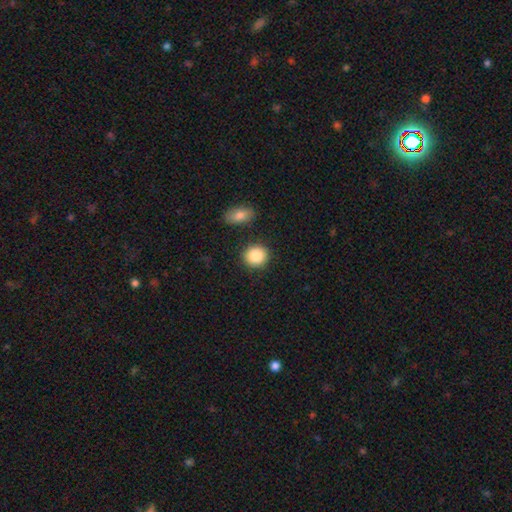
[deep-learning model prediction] smooth-or-featured: smooth: 87% | star or artifact: 7% | featured or disk: 6%
  how-rounded: round: 84% | in between: 15% | cigar-shaped: 1%
  merging: none: 85% | minor disturbance: 8% | merger: 5% | major disturbance: 2%